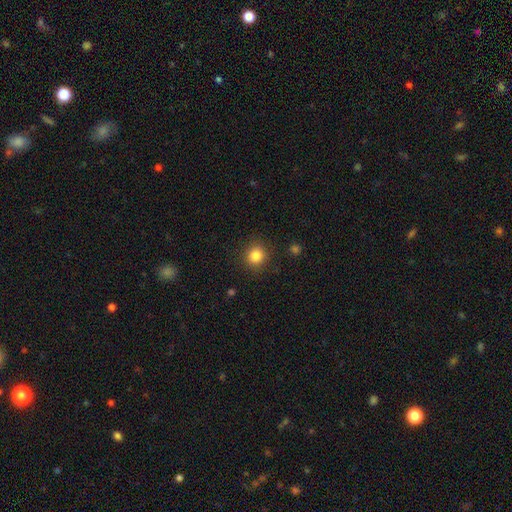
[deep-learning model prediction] The model was most divided on "smooth or featured": smooth: 84%, star or artifact: 11%, featured or disk: 5%. More confident: how rounded — round (90%); merging — none (89%).